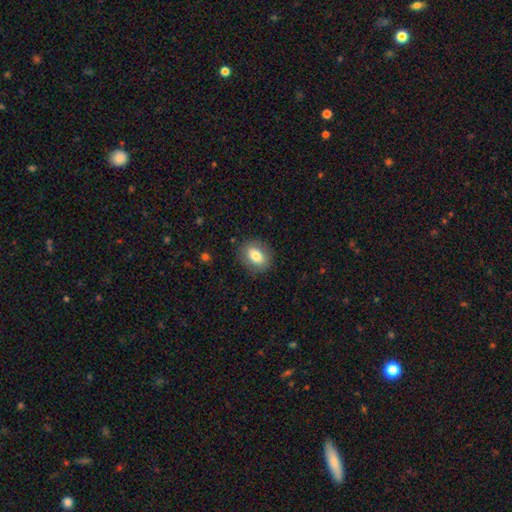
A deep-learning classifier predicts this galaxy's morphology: smooth 79%, featured or disk 13%, star or artifact 8%. Down the decision tree: how rounded — in between (67%); merging — none (84%).